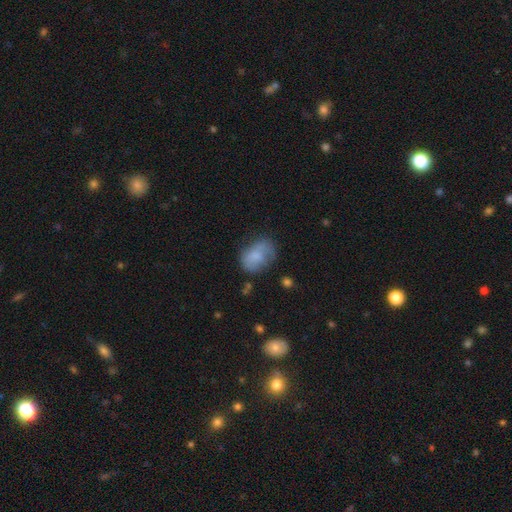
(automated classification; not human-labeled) Q: Smooth or featured?
A: smooth (68%); runner-up: featured or disk (23%)
Q: How rounded?
A: in between (75%); runner-up: round (24%)
Q: Merging?
A: none (45%); runner-up: minor disturbance (32%)